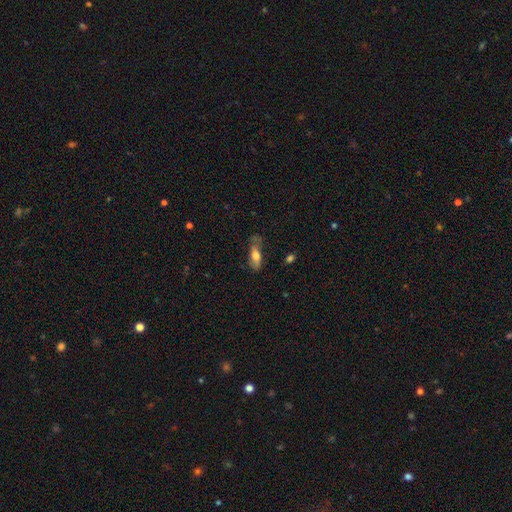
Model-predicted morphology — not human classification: Smooth or featured?
  - smooth: 64% *
  - featured or disk: 30%
  - star or artifact: 7%
How rounded?
  - in between: 67% *
  - cigar-shaped: 30%
  - round: 3%
Merging?
  - none: 53% *
  - minor disturbance: 30%
  - major disturbance: 14%
  - merger: 3%